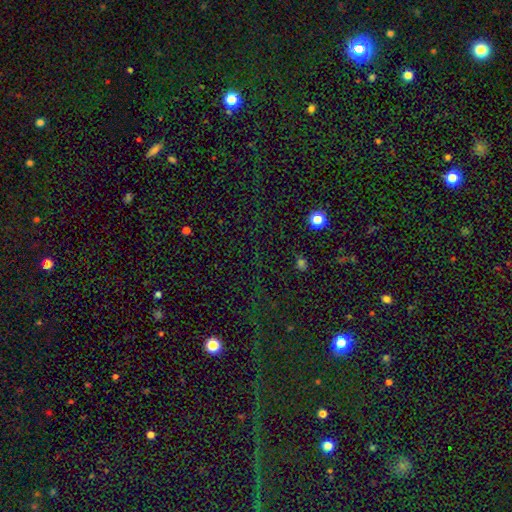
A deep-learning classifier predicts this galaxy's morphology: star or artifact 79%, smooth 13%, featured or disk 8%.